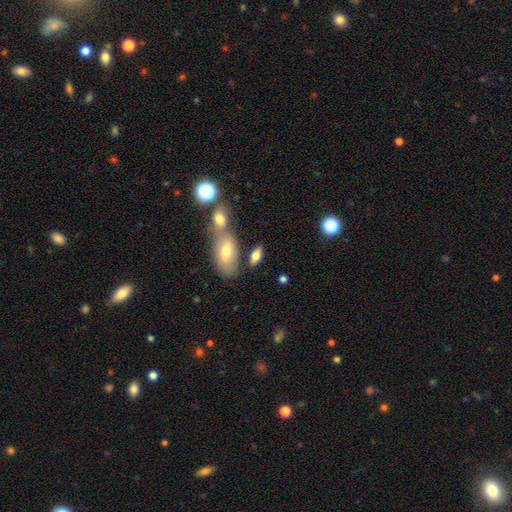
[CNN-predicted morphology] A smooth galaxy with no disk features (71%) that is in between round and cigar-shaped (82%). Merging: none (59%).